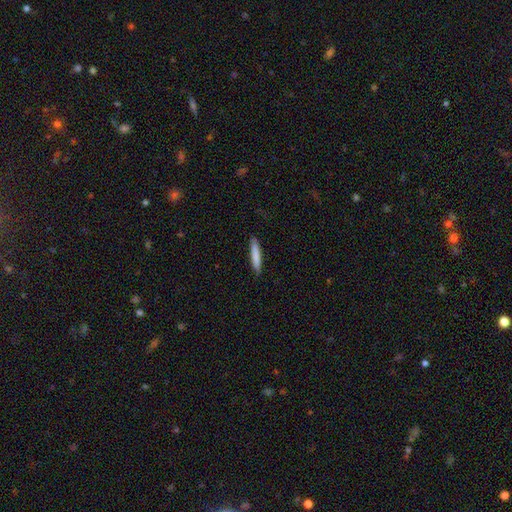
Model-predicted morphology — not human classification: smooth-or-featured: smooth: 82% | featured or disk: 13% | star or artifact: 6%
  how-rounded: cigar-shaped: 93% | in between: 6% | round: 1%
  merging: none: 89% | minor disturbance: 8% | major disturbance: 2% | merger: 1%